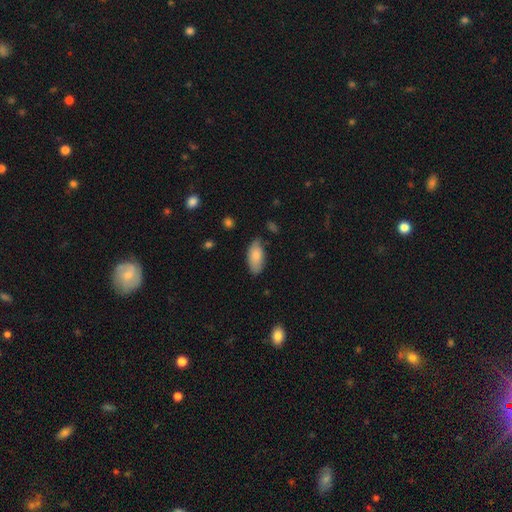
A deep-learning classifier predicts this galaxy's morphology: This is clearly a smooth galaxy (81%). How rounded: clearly in between (91%). Merging: likely none (70%).